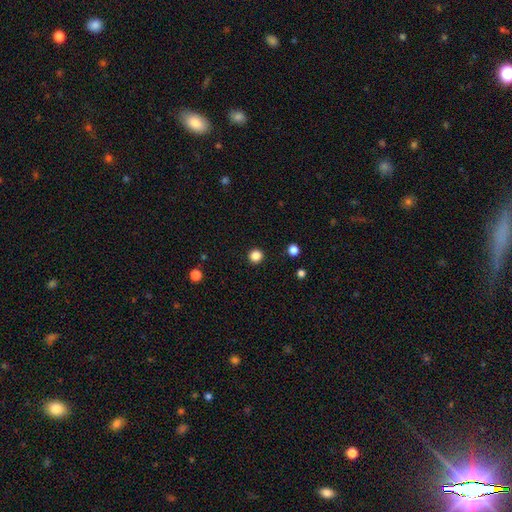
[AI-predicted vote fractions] A smooth galaxy with no disk features (85%) that is round (95%). Merging: none (93%).